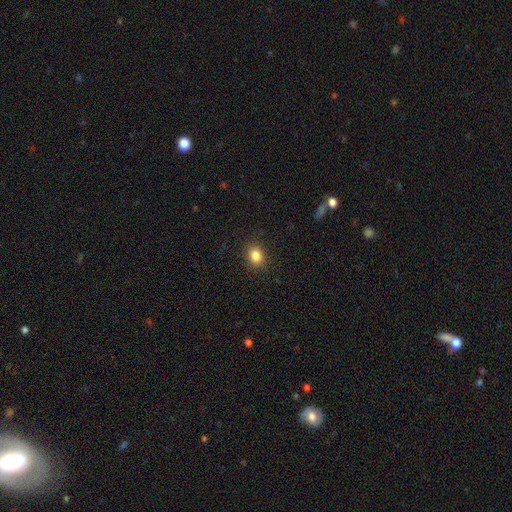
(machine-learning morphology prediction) This appears to be a smooth galaxy with no disk features (85%) that is in between round and cigar-shaped (56%). Merging: none (89%).